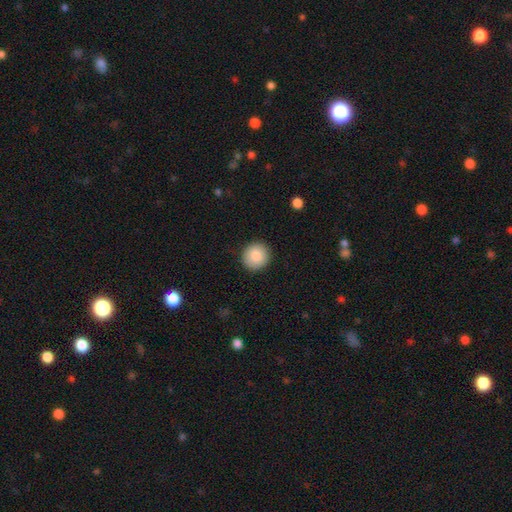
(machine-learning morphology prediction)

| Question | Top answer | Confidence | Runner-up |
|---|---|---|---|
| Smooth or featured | smooth | 86% | star or artifact (8%) |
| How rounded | round | 91% | in between (8%) |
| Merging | none | 91% | minor disturbance (6%) |